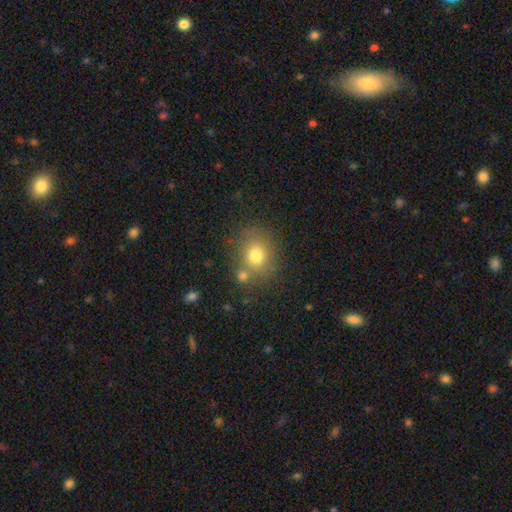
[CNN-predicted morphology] smooth 75%, star or artifact 13%, featured or disk 12%. Down the decision tree: how rounded — round (73%); merging — none (67%).